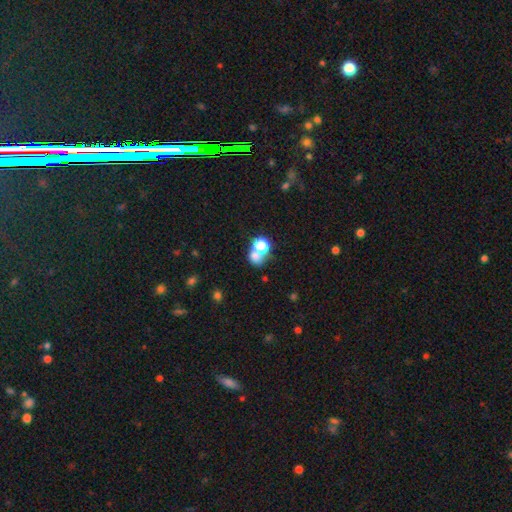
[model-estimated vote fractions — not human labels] Smooth or featured? smooth (64%)
How rounded? round (65%)
Merging? merger (46%)